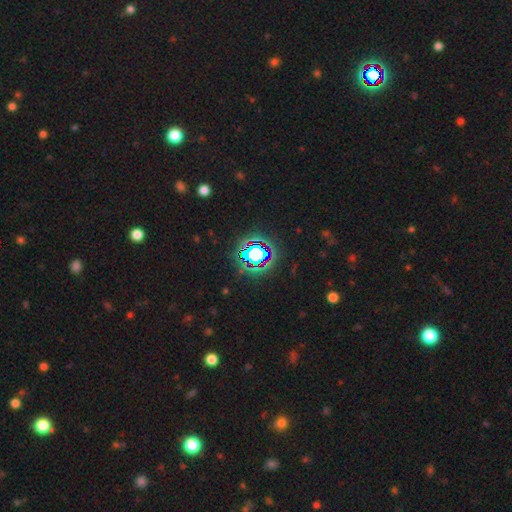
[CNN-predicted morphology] Smooth or featured? Predicted: star or artifact (p=0.75).